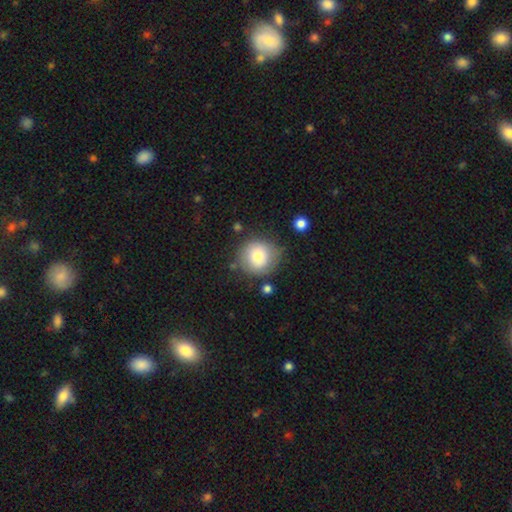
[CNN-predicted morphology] Q: Smooth or featured?
A: smooth (72%); runner-up: featured or disk (15%)
Q: How rounded?
A: round (90%); runner-up: in between (9%)
Q: Merging?
A: none (82%); runner-up: minor disturbance (12%)